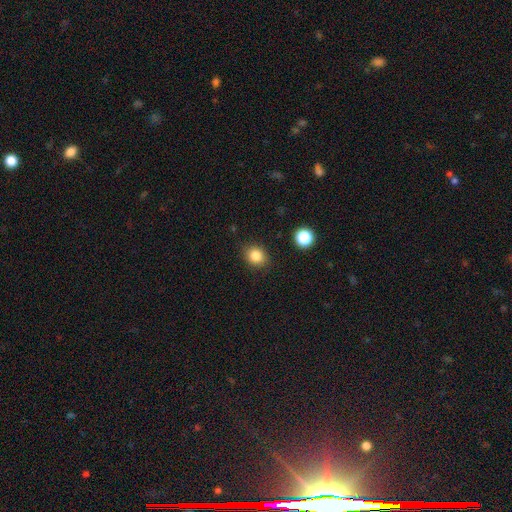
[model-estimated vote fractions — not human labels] This is clearly a smooth galaxy (83%). How rounded: likely round (65%). Merging: clearly none (86%).